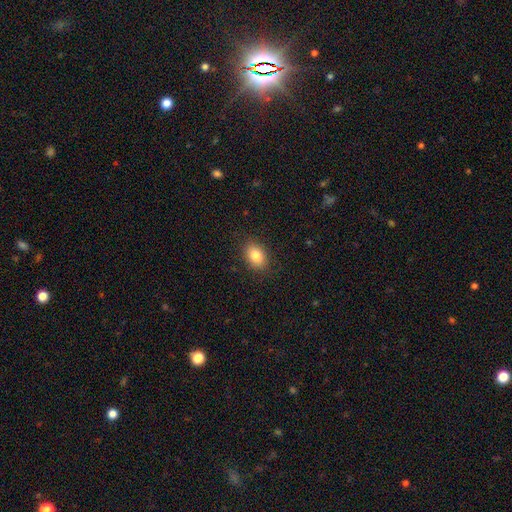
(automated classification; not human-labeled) This appears to be a smooth galaxy with no disk features (83%) that is in between round and cigar-shaped (78%). Merging: none (88%).